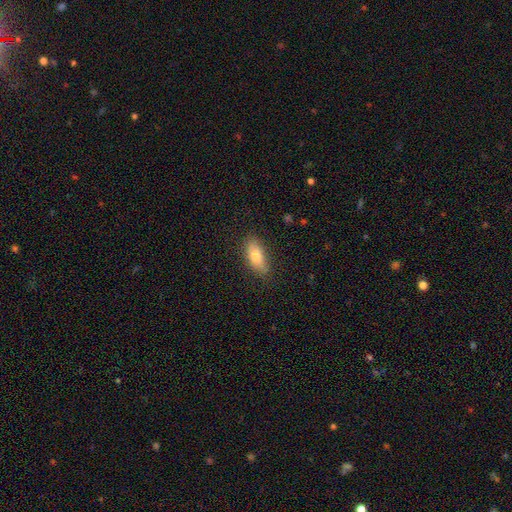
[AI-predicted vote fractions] Smooth or featured?
  - smooth: 79% *
  - featured or disk: 14%
  - star or artifact: 7%
How rounded?
  - in between: 79% *
  - cigar-shaped: 18%
  - round: 3%
Merging?
  - none: 80% *
  - minor disturbance: 16%
  - major disturbance: 3%
  - merger: 1%